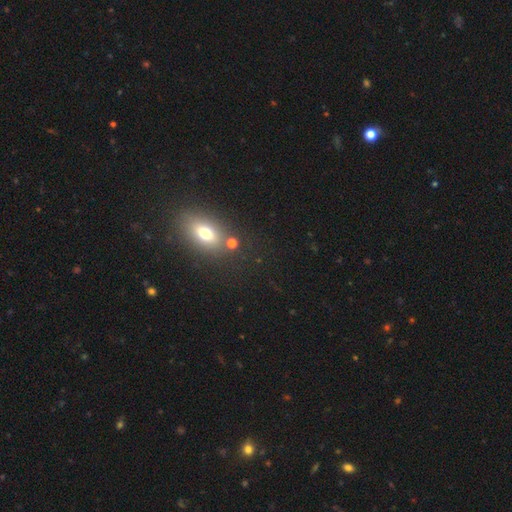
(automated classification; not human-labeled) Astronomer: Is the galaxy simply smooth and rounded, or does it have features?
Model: smooth — 62%.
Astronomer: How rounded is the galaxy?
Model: in between — 68%.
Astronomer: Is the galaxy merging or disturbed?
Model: none — 76%.